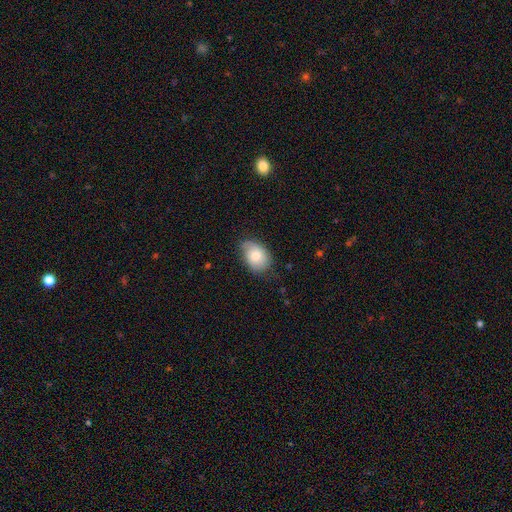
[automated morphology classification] A smooth galaxy with no disk features (73%) that is in between round and cigar-shaped (80%).

Vote fractions:
- Smooth or featured? smooth: 73% / featured or disk: 20% / star or artifact: 7%
- How rounded? in between: 80% / round: 19% / cigar-shaped: 1%
- Merging? none: 61% / minor disturbance: 31% / major disturbance: 7% / merger: 1%